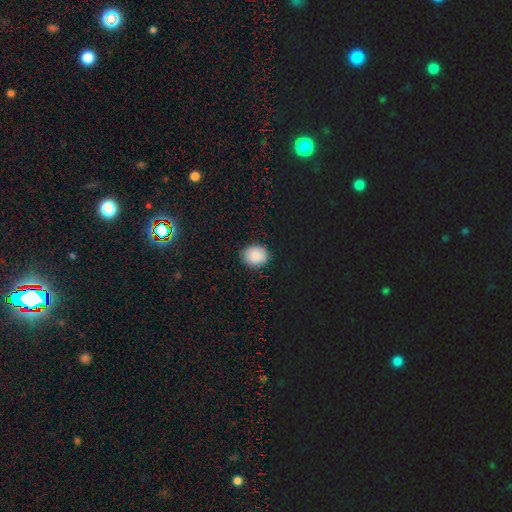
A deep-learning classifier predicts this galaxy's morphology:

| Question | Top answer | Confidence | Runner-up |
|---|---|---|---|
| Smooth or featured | smooth | 86% | star or artifact (11%) |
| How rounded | round | 74% | in between (25%) |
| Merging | none | 88% | minor disturbance (9%) |